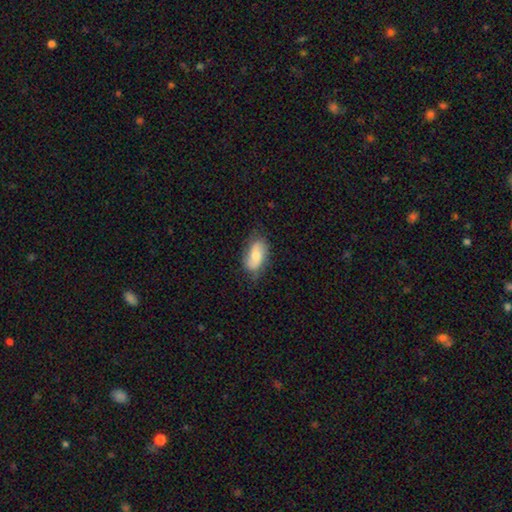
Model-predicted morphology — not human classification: The model was most divided on "smooth or featured": smooth: 56%, featured or disk: 37%, star or artifact: 7%. More confident: how rounded — in between (92%); merging — none (69%).